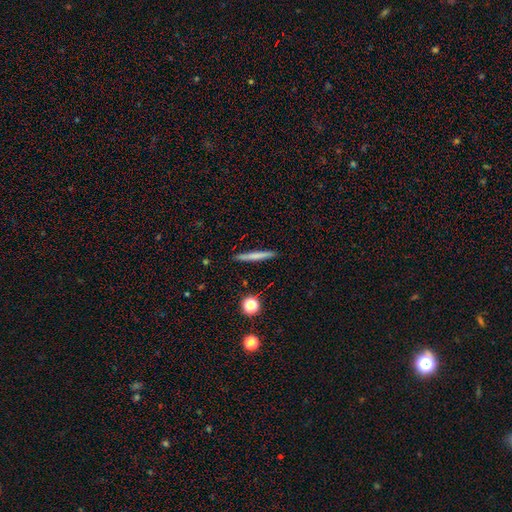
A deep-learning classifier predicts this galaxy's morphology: Smooth or featured? Predicted: smooth (p=0.67). How rounded? Predicted: cigar-shaped (p=0.95). Merging? Predicted: none (p=0.90).